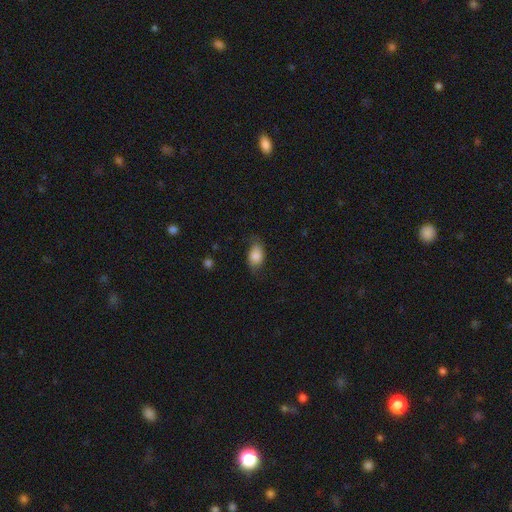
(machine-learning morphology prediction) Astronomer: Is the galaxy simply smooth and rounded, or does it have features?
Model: smooth — 78%.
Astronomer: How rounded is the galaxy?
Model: in between — 86%.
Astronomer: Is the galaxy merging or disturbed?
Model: none — 66%.